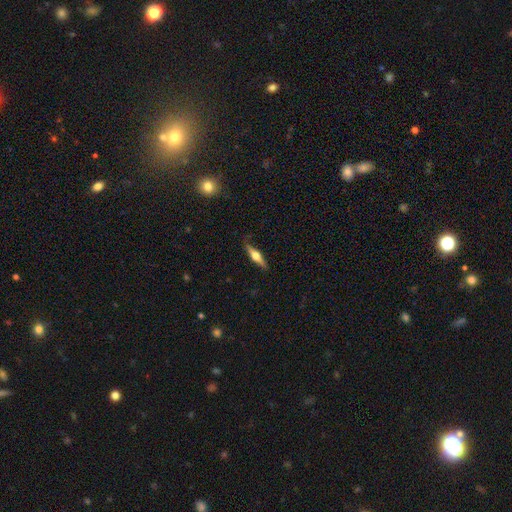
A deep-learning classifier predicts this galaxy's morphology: Smooth or featured: featured or disk — 61% (smooth — 33%)
Edge-on disk: yes — 95% (no — 5%)
Edge-on bulge: rounded — 94% (boxy — 4%)
Merging: none — 84% (minor disturbance — 12%)